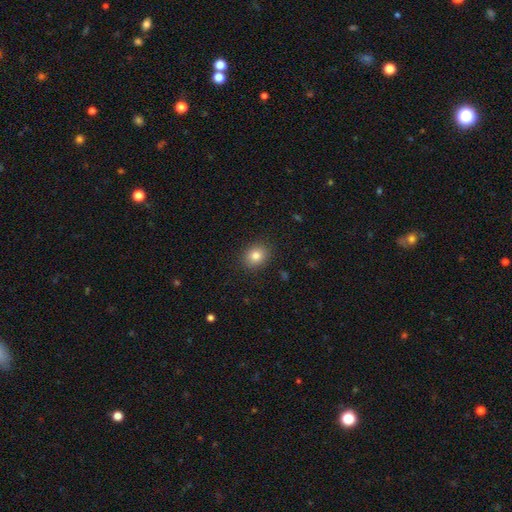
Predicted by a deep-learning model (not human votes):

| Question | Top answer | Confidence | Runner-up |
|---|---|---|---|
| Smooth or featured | smooth | 82% | star or artifact (10%) |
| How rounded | round | 59% | in between (41%) |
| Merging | none | 89% | minor disturbance (8%) |